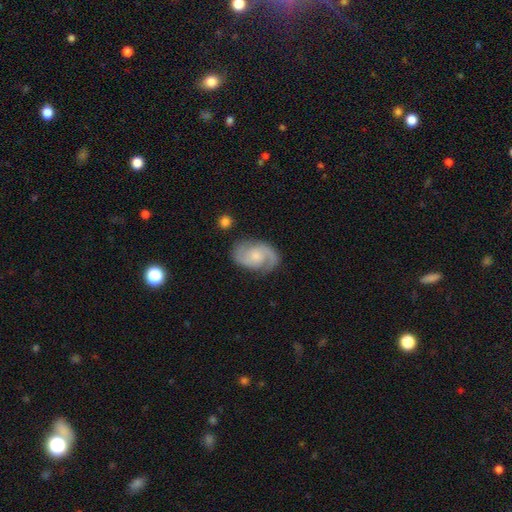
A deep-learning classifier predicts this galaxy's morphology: Overall: featured or disk (80%). Edge-on disk: no (97%). Bar: no (57%; weak 37%). Spiral arms: yes (96%). Spiral arm count: 2 (88%). Spiral winding: medium (51%; tight 27%). Bulge size: small (44%; moderate 38%). Merging: none (77%).